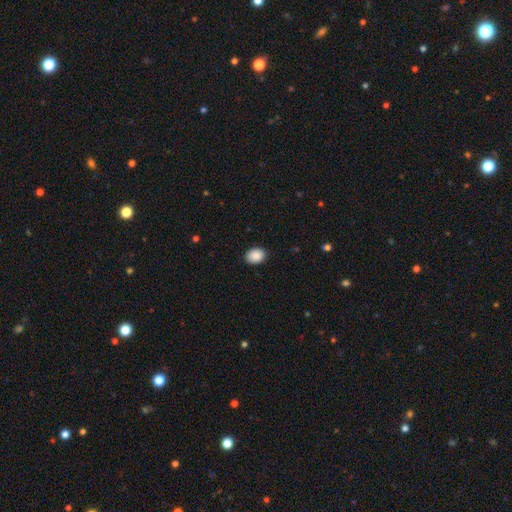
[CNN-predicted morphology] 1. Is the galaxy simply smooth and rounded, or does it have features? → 89% smooth, 7% star or artifact, 3% featured or disk.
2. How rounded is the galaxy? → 62% in between, 37% round, 1% cigar-shaped.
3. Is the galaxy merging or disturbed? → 89% none, 8% minor disturbance, 2% major disturbance, 1% merger.